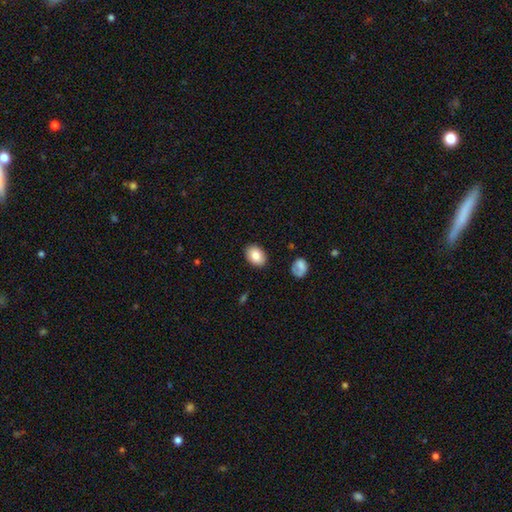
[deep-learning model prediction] The model was most divided on "how rounded": in between: 77%, round: 22%, cigar-shaped: 1%. More confident: merging — none (88%); smooth or featured — smooth (83%).